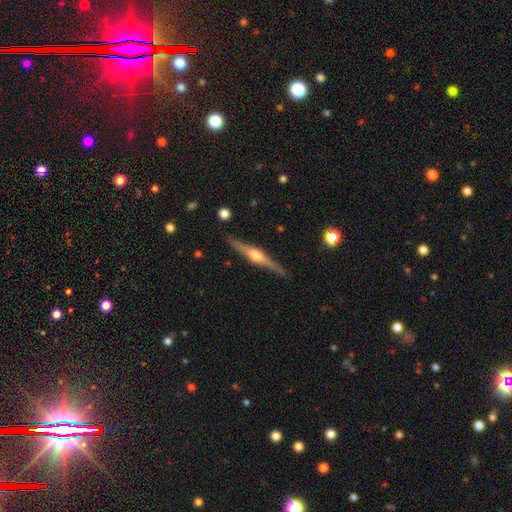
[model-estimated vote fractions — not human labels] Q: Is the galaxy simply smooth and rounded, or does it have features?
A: featured or disk — 79%.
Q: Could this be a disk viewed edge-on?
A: yes — 98%.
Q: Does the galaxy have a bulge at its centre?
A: rounded — 94%.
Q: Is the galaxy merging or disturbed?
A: none — 88%.